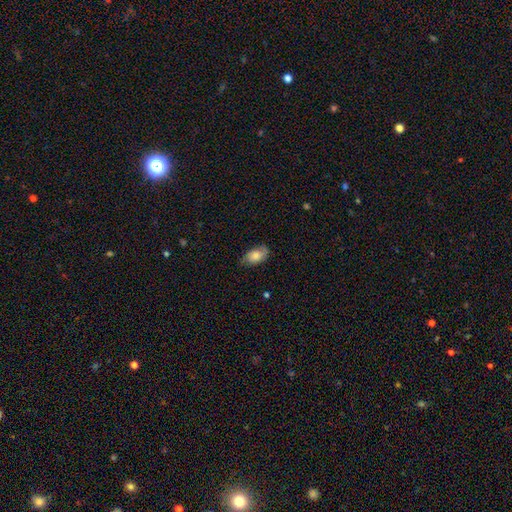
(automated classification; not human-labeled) This appears to be a smooth galaxy with no disk features (73%) that is in between round and cigar-shaped (92%). Merging: none (70%).